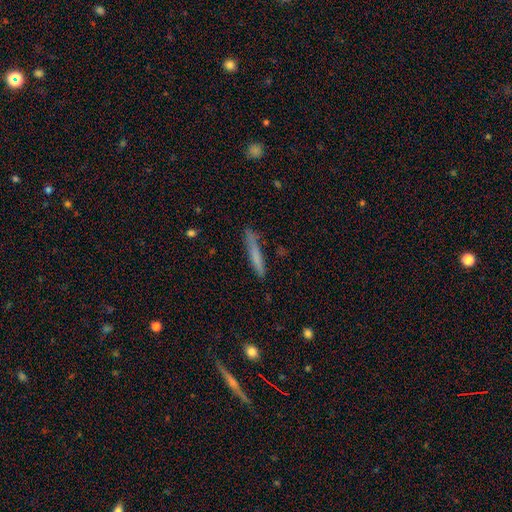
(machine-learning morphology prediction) smooth_or_featured: smooth (p=0.68) [alt: featured or disk p=0.25]
how_rounded: cigar-shaped (p=0.94) [alt: in between p=0.04]
merging: none (p=0.78) [alt: minor disturbance p=0.16]